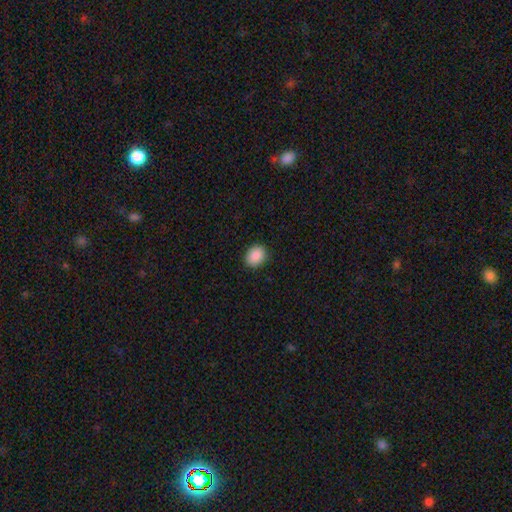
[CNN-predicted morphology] Smooth or featured? Predicted: smooth (p=0.89). How rounded? Predicted: round (p=0.50). Merging? Predicted: none (p=0.89).